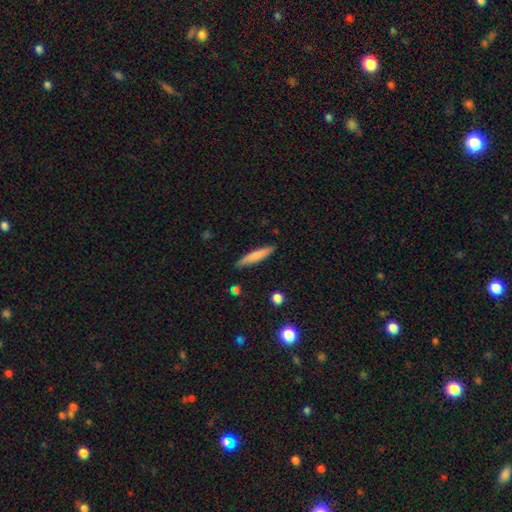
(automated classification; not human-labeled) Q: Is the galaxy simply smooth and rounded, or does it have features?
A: smooth — 75%.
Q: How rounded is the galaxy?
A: cigar-shaped — 90%.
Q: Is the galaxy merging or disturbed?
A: none — 87%.